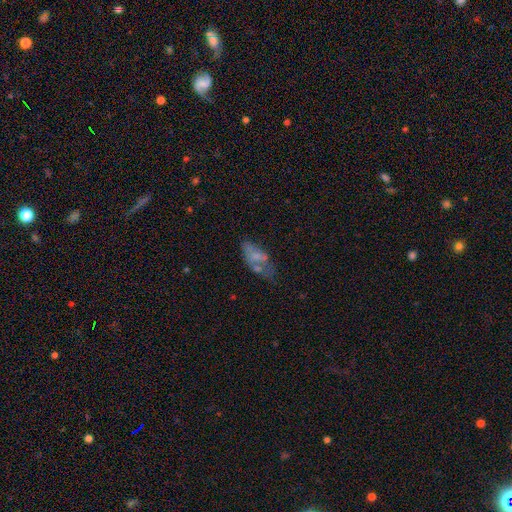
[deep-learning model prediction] Smooth or featured? Predicted: smooth (p=0.52). How rounded? Predicted: in between (p=0.85). Merging? Predicted: none (p=0.32).